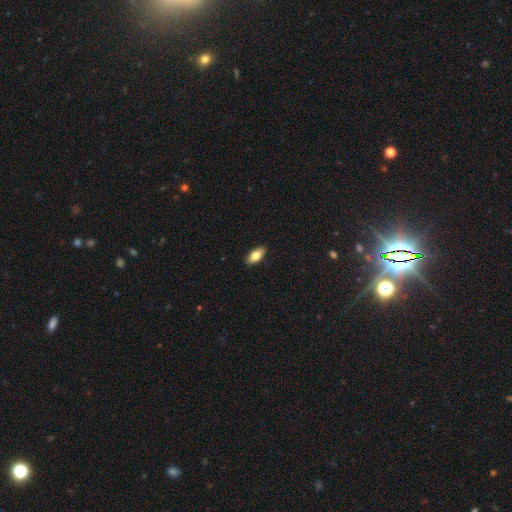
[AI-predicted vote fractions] Smooth or featured?
  - smooth: 81% *
  - featured or disk: 12%
  - star or artifact: 6%
How rounded?
  - in between: 89% *
  - cigar-shaped: 8%
  - round: 3%
Merging?
  - none: 90% *
  - minor disturbance: 8%
  - major disturbance: 2%
  - merger: 1%